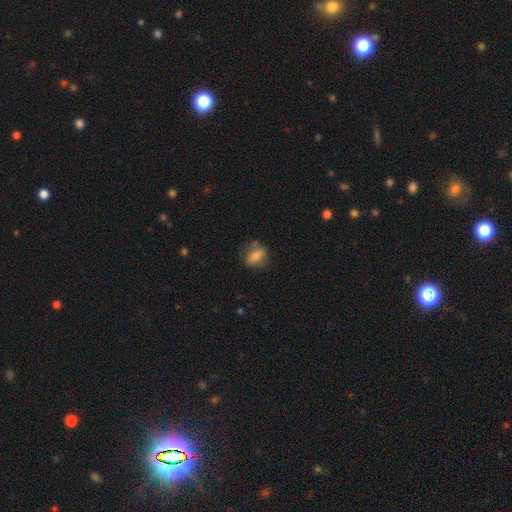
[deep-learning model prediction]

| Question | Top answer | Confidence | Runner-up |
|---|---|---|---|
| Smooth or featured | smooth | 71% | featured or disk (20%) |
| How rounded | in between | 74% | round (16%) |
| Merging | none | 66% | minor disturbance (21%) |